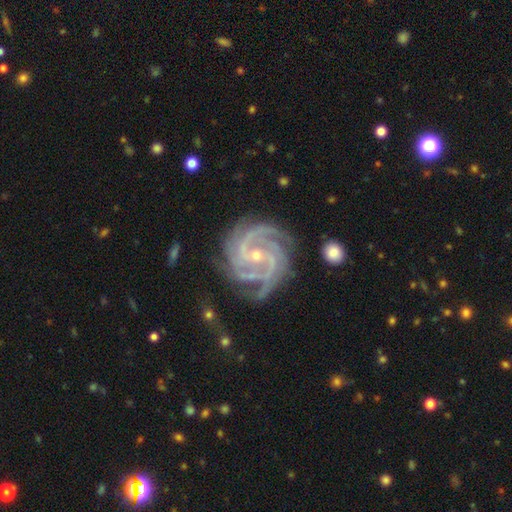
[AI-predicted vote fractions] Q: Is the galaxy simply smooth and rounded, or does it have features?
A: featured or disk — 93%.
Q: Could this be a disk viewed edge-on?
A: no — 98%.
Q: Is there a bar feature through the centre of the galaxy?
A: no — 46%.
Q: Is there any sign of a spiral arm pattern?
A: yes — 99%.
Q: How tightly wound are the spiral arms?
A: tight — 67%.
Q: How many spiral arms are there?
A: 3 — 34%.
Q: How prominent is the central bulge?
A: small — 73%.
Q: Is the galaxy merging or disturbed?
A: none — 74%.